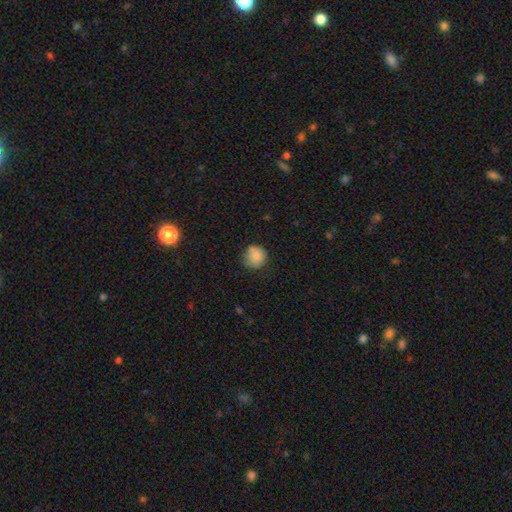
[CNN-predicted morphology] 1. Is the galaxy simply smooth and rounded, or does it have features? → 85% smooth, 9% star or artifact, 6% featured or disk.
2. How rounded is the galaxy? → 89% round, 10% in between, 1% cigar-shaped.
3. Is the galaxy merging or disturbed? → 69% none, 24% minor disturbance, 5% major disturbance, 2% merger.